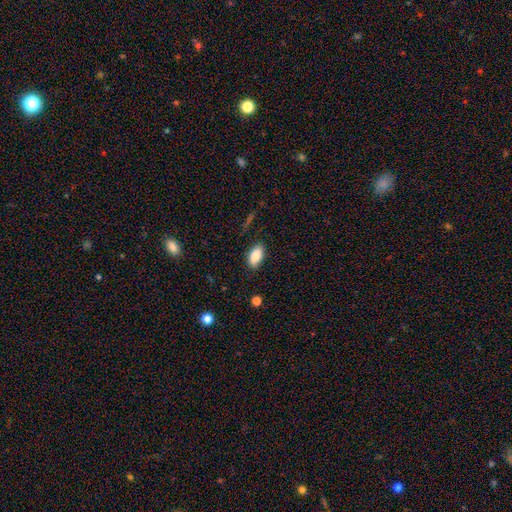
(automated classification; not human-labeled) smooth_or_featured: smooth (p=0.86) [alt: star or artifact p=0.07]
how_rounded: in between (p=0.91) [alt: cigar-shaped p=0.05]
merging: none (p=0.84) [alt: minor disturbance p=0.12]